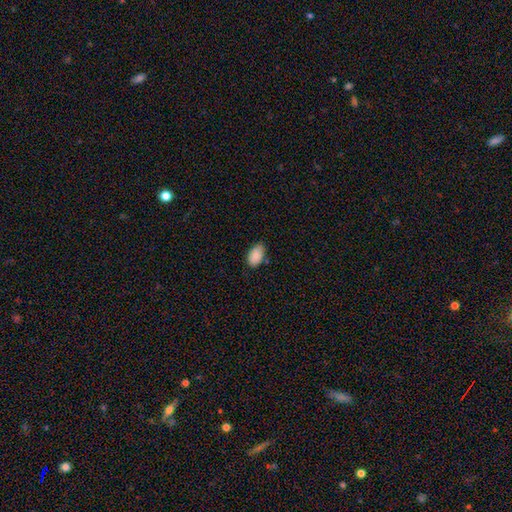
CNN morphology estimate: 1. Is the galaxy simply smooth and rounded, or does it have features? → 88% smooth, 7% star or artifact, 5% featured or disk.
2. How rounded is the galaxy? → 93% in between, 6% round, 1% cigar-shaped.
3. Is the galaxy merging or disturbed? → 74% none, 21% minor disturbance, 3% major disturbance, 2% merger.